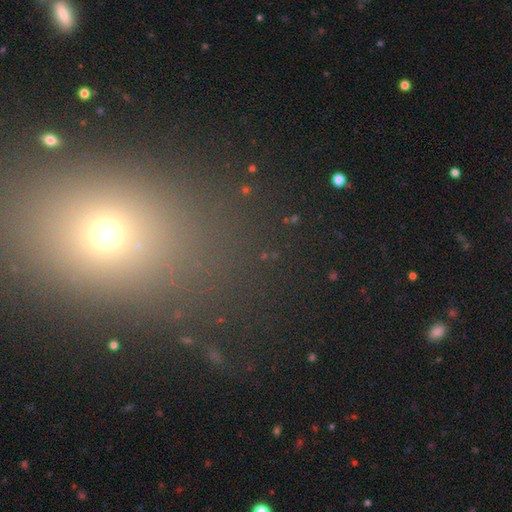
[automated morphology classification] Smooth or featured? smooth (50%)
Merging? none (84%)